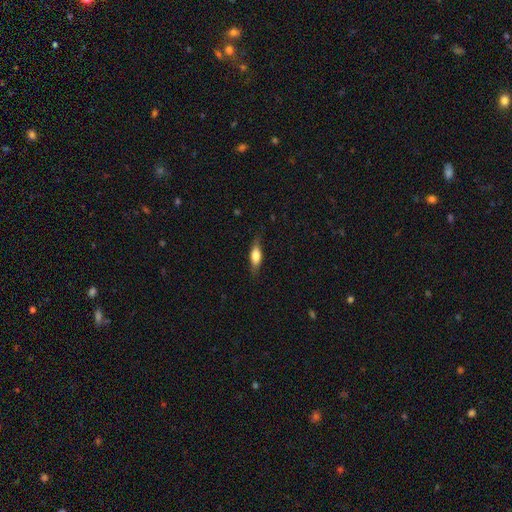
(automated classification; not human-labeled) Smooth or featured? smooth (61%)
How rounded? in between (52%)
Merging? none (79%)